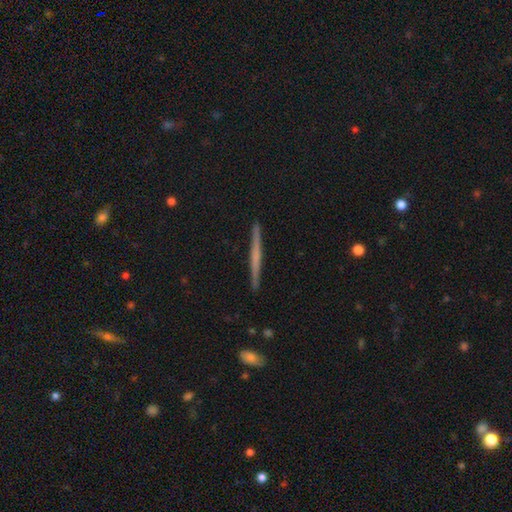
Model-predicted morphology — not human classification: This is possibly a featured or disk galaxy (57%). It is clearly viewed edge-on (98%). Edge-on bulge: likely none (77%). Merging: clearly none (92%).